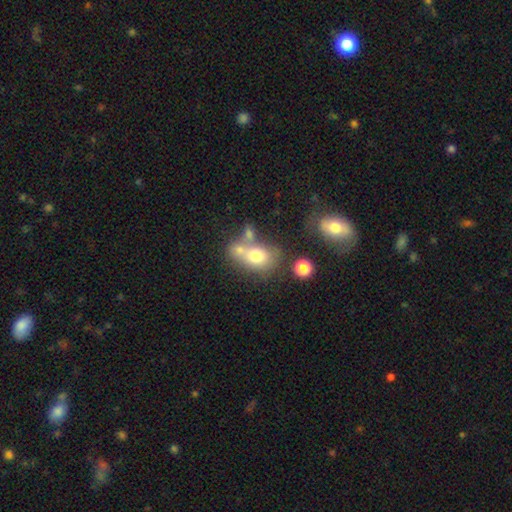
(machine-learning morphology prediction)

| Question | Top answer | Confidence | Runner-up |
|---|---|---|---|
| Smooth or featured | smooth | 70% | featured or disk (19%) |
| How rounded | in between | 66% | round (32%) |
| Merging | merger | 41% | none (35%) |